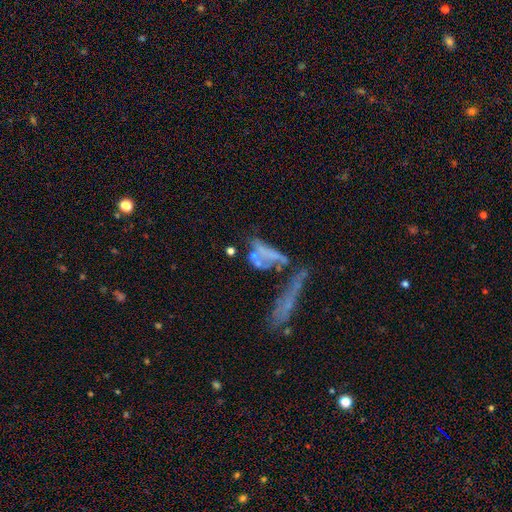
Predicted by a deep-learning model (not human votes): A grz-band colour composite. It shows a featured or disk galaxy (43%). Merging: merger (37%).